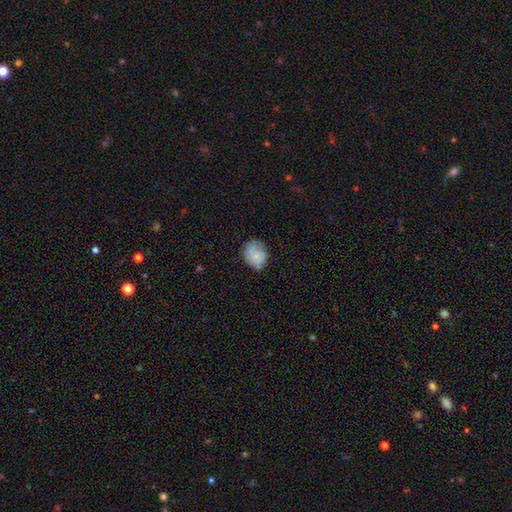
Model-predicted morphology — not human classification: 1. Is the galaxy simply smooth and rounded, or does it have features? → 78% smooth, 14% featured or disk, 8% star or artifact.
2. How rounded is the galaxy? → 51% round, 48% in between, 1% cigar-shaped.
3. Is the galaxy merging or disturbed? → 61% none, 29% minor disturbance, 8% major disturbance, 2% merger.